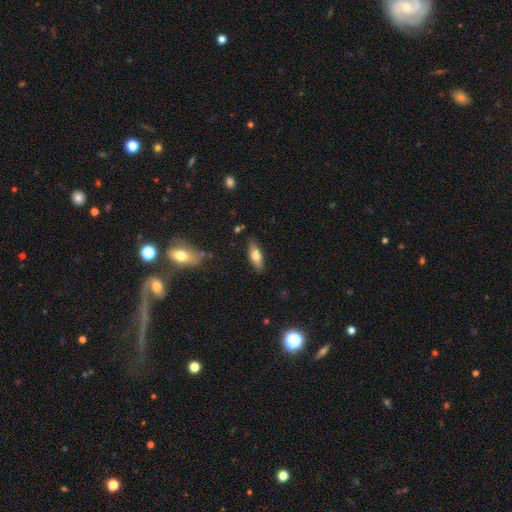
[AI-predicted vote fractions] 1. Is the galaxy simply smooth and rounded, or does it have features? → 67% smooth, 27% featured or disk, 7% star or artifact.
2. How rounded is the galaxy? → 61% in between, 36% cigar-shaped, 3% round.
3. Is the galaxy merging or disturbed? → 84% none, 11% minor disturbance, 2% major disturbance, 2% merger.